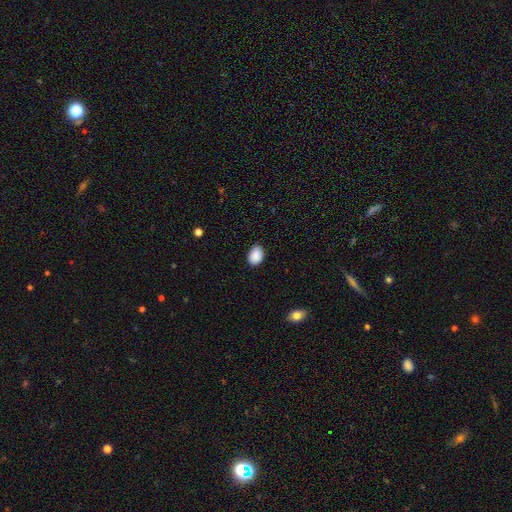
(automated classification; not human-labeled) smooth 87%, star or artifact 7%, featured or disk 6%. Down the decision tree: how rounded — in between (78%); merging — none (83%).